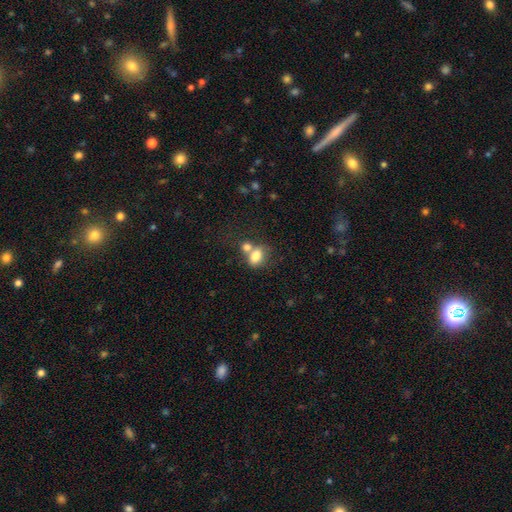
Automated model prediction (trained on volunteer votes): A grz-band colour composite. It shows a smooth galaxy with no disk features (78%) that is in between round and cigar-shaped (69%). Merging: merger (48%).